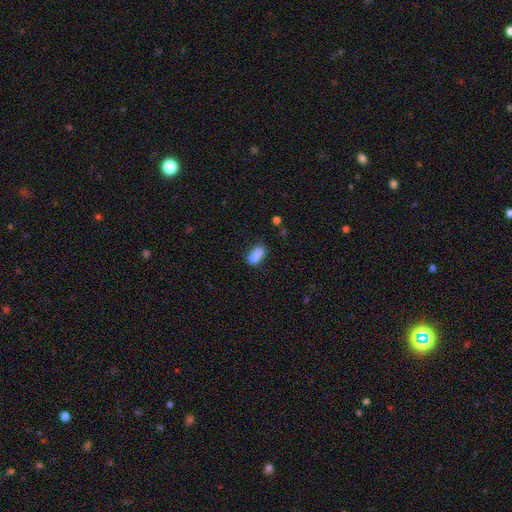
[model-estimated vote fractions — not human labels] A smooth galaxy with no disk features (83%) that is in between round and cigar-shaped (78%). Merging: none (61%).